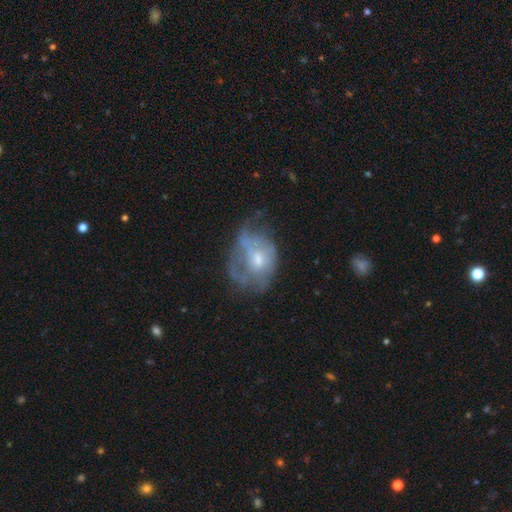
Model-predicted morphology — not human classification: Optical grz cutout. It shows a featured or disk galaxy (59%) with no bar (77%), no spiral arms (53%) and a moderate central bulge (54%). Merging: none (40%).